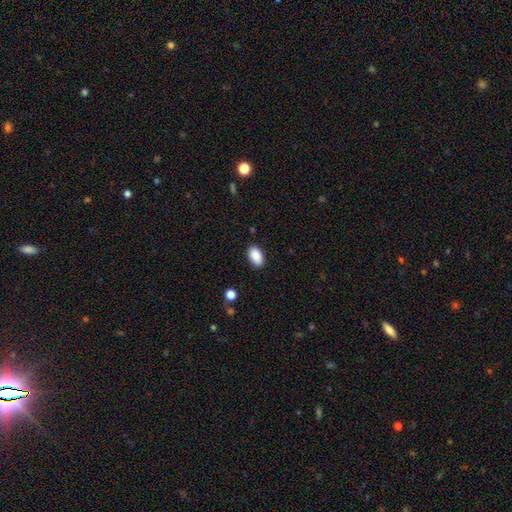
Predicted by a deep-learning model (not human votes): Smooth or featured: smooth — 90% (star or artifact — 7%)
How rounded: in between — 93% (round — 6%)
Merging: none — 87% (minor disturbance — 10%)